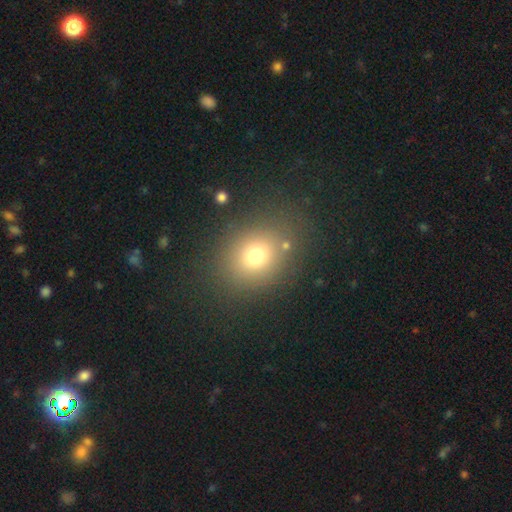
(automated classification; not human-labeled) Smooth or featured?
  - smooth: 73% *
  - star or artifact: 16%
  - featured or disk: 11%
How rounded?
  - round: 58% *
  - in between: 41%
  - cigar-shaped: 1%
Merging?
  - none: 80% *
  - minor disturbance: 11%
  - major disturbance: 5%
  - merger: 4%